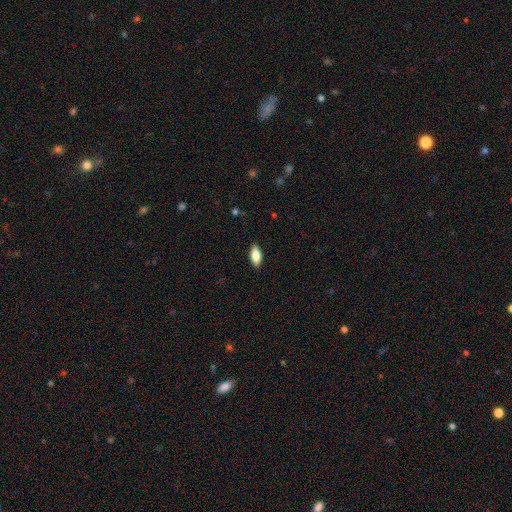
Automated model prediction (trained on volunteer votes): Overall: smooth (72%). How rounded: in between (76%). Merging: none (88%).